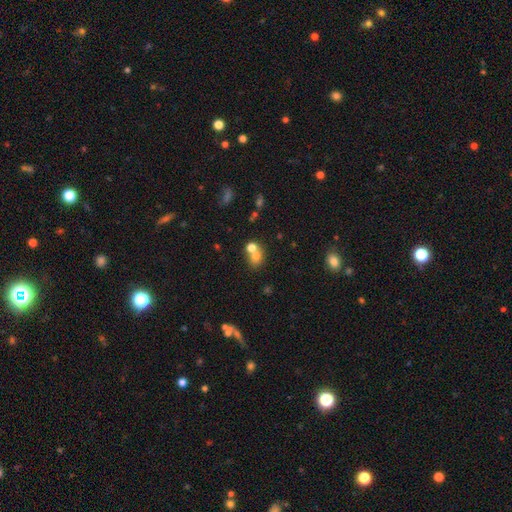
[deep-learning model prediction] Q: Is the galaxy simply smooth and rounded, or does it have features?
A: smooth — 70%.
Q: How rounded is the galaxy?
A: round — 64%.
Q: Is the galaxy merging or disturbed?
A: merger — 53%.